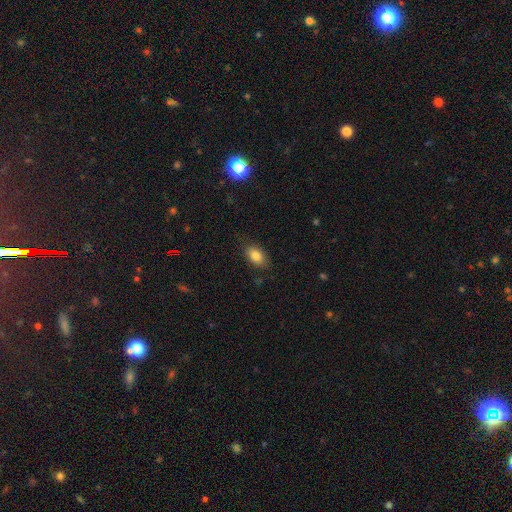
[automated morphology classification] smooth 83%, featured or disk 9%, star or artifact 8%. Down the decision tree: how rounded — in between (89%); merging — none (82%).